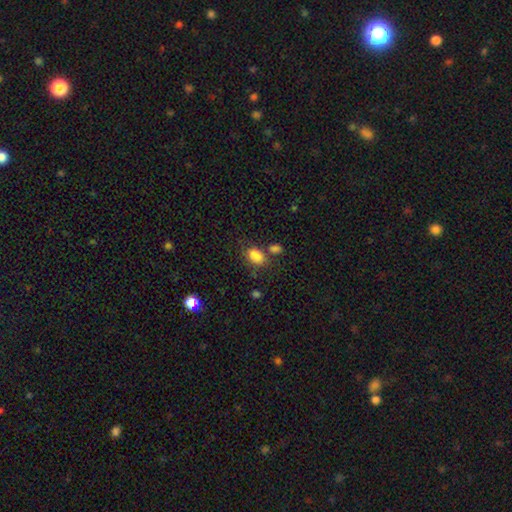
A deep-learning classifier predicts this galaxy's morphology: Overall: smooth (82%). How rounded: in between (84%). Merging: none (51%; merger 25%).